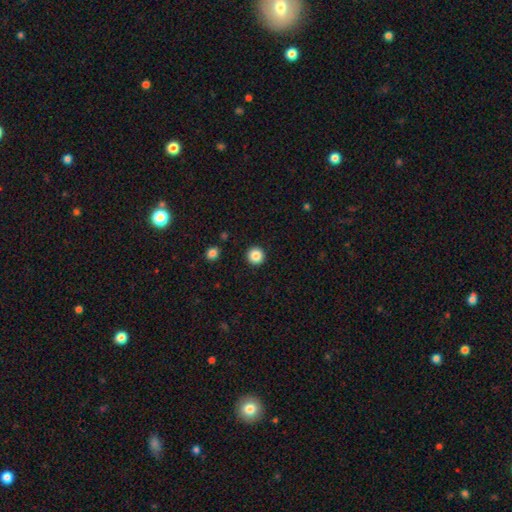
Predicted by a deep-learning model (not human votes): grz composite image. It shows a smooth galaxy with no disk features (86%) that is round (96%). Merging: none (93%).